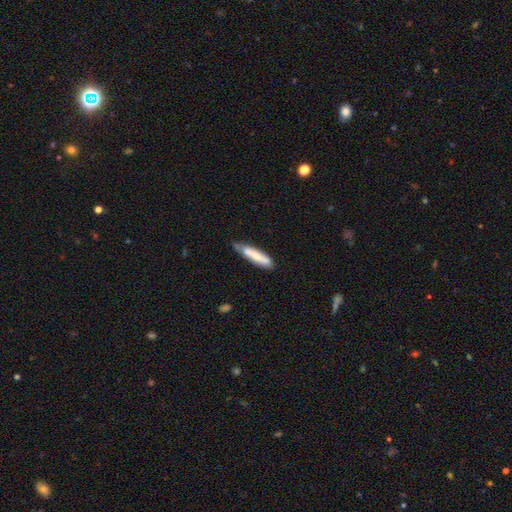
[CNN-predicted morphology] Overall: smooth (69%). How rounded: cigar-shaped (83%). Merging: none (63%; minor disturbance 28%).